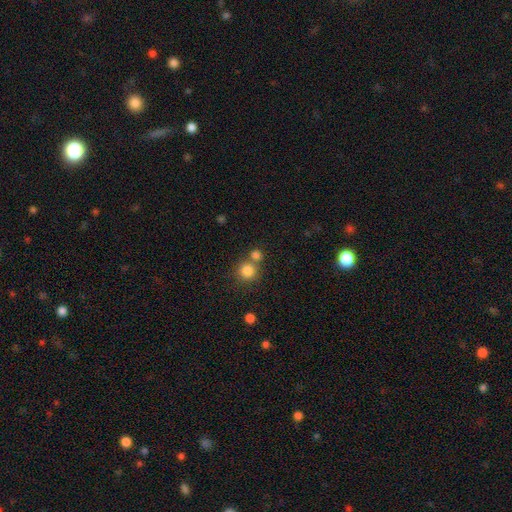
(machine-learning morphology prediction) The model was most divided on "merging": none: 67%, merger: 23%, minor disturbance: 7%, major disturbance: 3%. More confident: how rounded — round (91%); smooth or featured — smooth (72%).